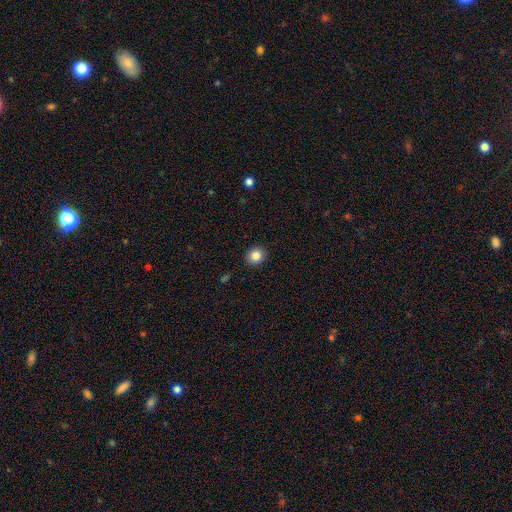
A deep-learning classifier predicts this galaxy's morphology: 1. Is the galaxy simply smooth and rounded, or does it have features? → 84% smooth, 10% star or artifact, 5% featured or disk.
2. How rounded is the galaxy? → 84% round, 15% in between, 1% cigar-shaped.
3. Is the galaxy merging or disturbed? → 92% none, 5% minor disturbance, 2% major disturbance, 1% merger.